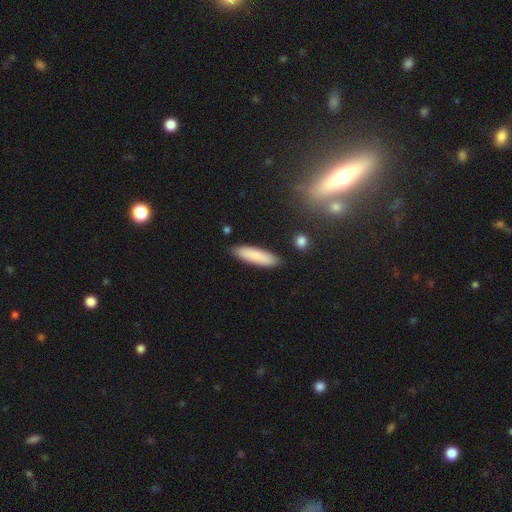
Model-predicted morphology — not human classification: This is clearly a smooth galaxy (84%). How rounded: likely cigar-shaped (68%). Merging: clearly none (88%).